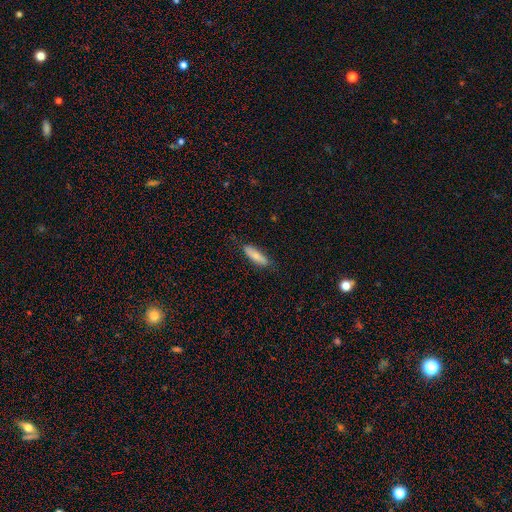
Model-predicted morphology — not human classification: This appears to be a smooth galaxy with no disk features (81%) that is cigar-shaped (59%). Merging: none (81%).